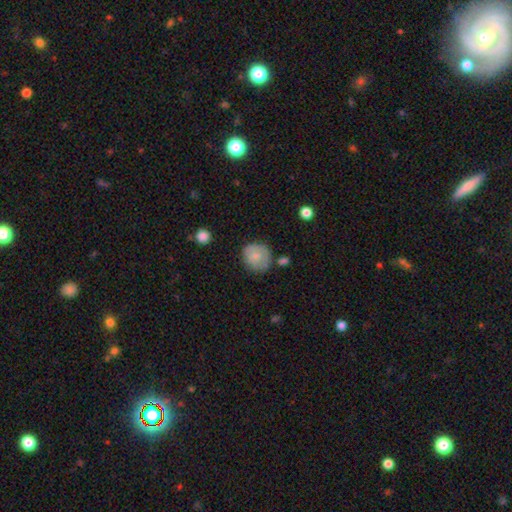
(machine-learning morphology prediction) Smooth or featured? Predicted: smooth (p=0.74). How rounded? Predicted: round (p=0.84). Merging? Predicted: none (p=0.70).